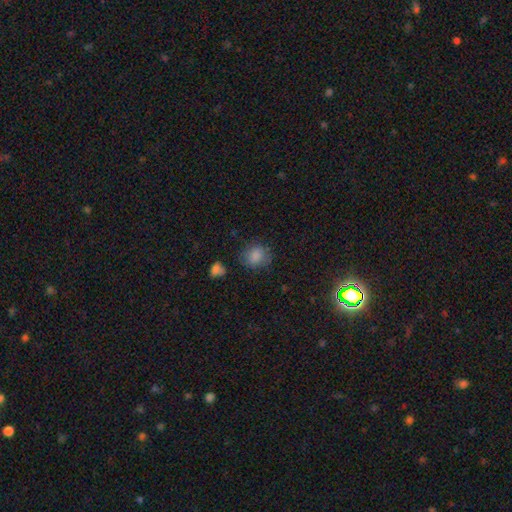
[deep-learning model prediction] This appears to be a smooth galaxy with no disk features (82%) that is round (63%). Merging: none (72%).